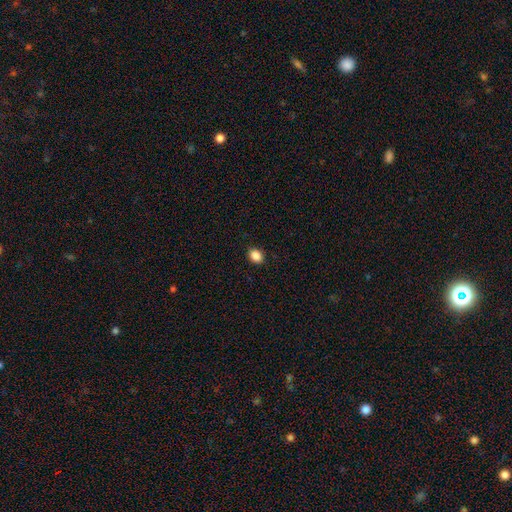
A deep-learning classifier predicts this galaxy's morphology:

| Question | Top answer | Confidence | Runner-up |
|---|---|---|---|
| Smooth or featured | smooth | 87% | star or artifact (10%) |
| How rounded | in between | 54% | round (45%) |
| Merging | none | 90% | minor disturbance (7%) |